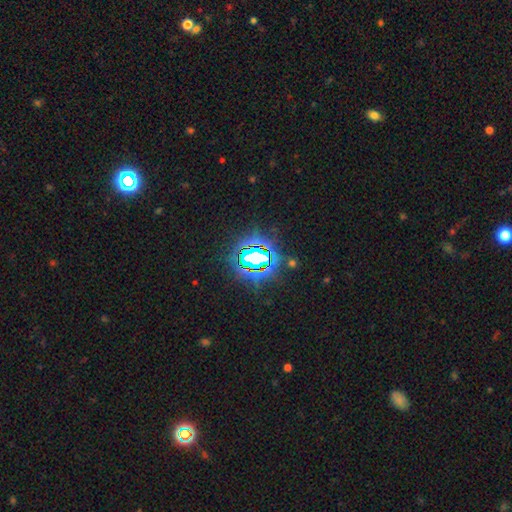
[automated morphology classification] Smooth or featured? star or artifact (78%)